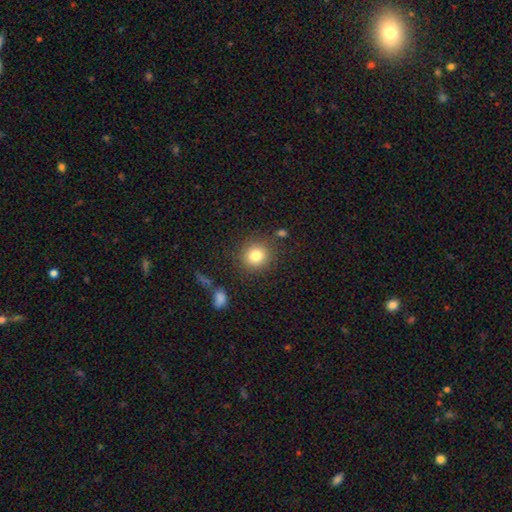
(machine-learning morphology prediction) This is clearly a smooth galaxy (82%). How rounded: clearly round (90%). Merging: clearly none (85%).